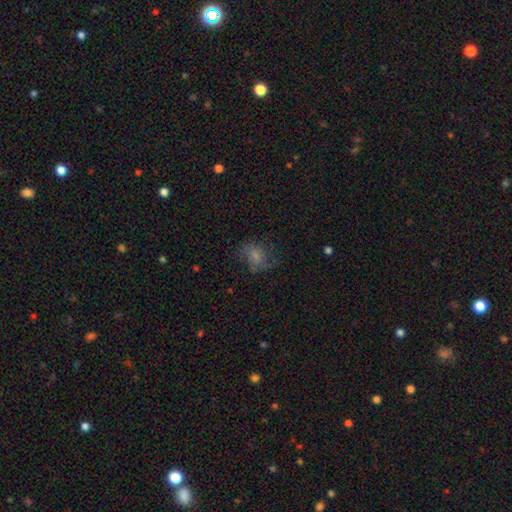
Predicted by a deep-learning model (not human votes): smooth 59%, featured or disk 28%, star or artifact 13%. Down the decision tree: how rounded — in between (51%); merging — none (51%).